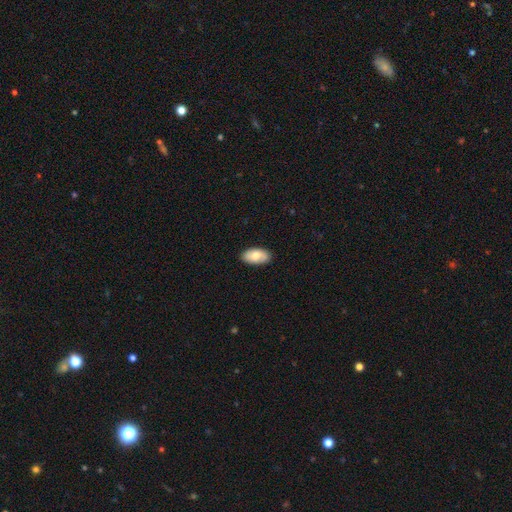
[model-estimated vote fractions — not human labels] A smooth galaxy with no disk features (72%) that is in between round and cigar-shaped (95%). Merging: none (86%).